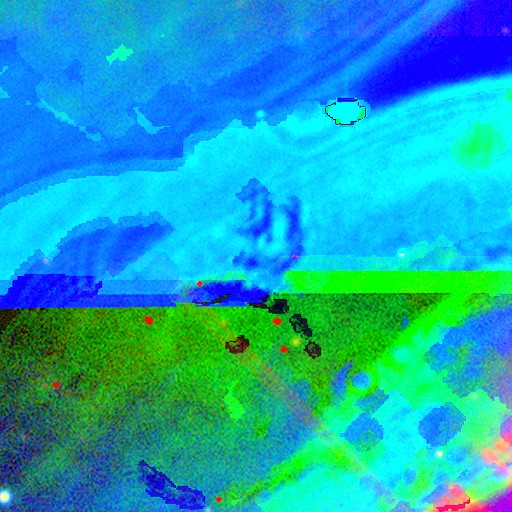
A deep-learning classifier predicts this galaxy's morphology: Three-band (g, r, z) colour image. It shows a star or artifact, not a galaxy (87%).